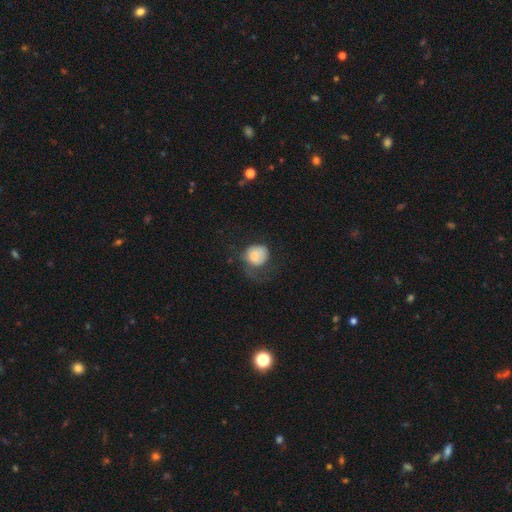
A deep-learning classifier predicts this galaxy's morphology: Smooth or featured?
  - smooth: 73% *
  - featured or disk: 19%
  - star or artifact: 8%
How rounded?
  - round: 74% *
  - in between: 25%
  - cigar-shaped: 1%
Merging?
  - major disturbance: 41% *
  - none: 33%
  - minor disturbance: 24%
  - merger: 2%